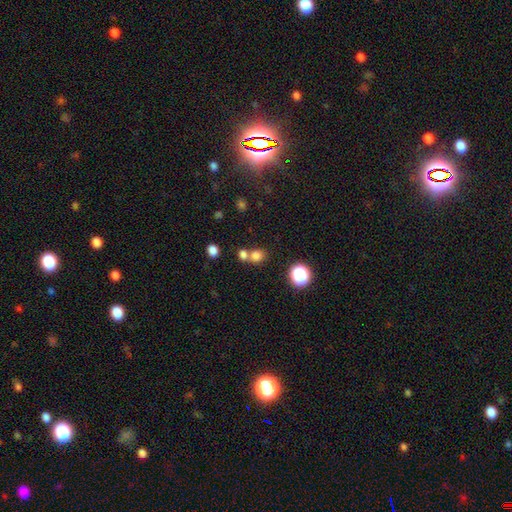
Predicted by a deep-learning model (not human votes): Smooth or featured? Predicted: smooth (p=0.76). How rounded? Predicted: round (p=0.73). Merging? Predicted: none (p=0.50).